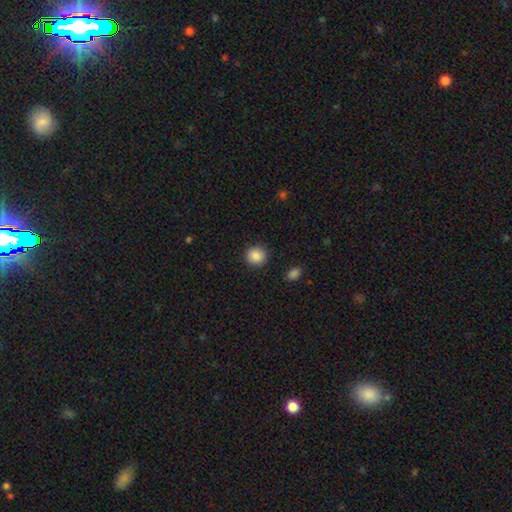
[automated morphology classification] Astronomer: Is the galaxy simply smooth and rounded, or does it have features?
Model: smooth — 88%.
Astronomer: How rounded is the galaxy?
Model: round — 91%.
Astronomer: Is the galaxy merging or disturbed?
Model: none — 90%.